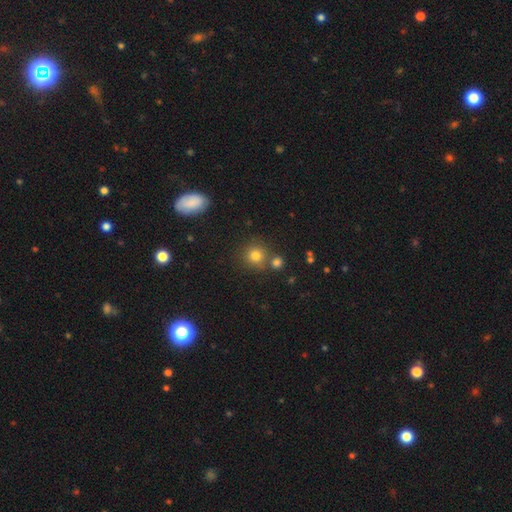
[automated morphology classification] smooth_or_featured: smooth (p=0.78) [alt: star or artifact p=0.14]
how_rounded: round (p=0.90) [alt: in between p=0.09]
merging: none (p=0.73) [alt: merger p=0.16]